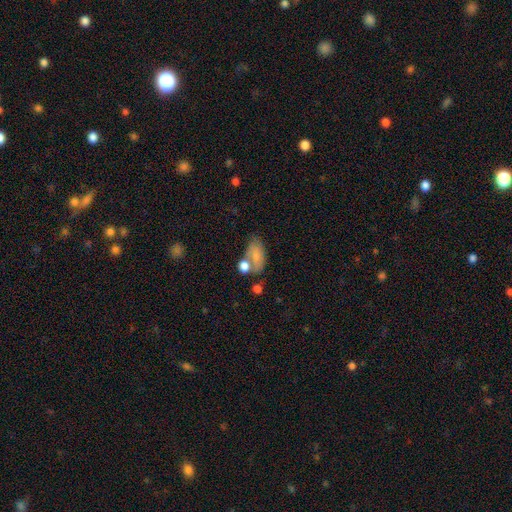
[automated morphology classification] smooth 74%, featured or disk 17%, star or artifact 9%. Down the decision tree: how rounded — in between (89%); merging — none (43%).